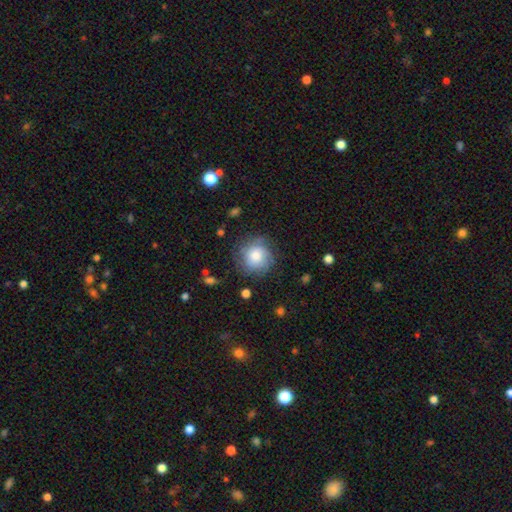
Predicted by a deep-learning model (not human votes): smooth 70%, featured or disk 22%, star or artifact 9%. Down the decision tree: how rounded — round (92%); merging — none (72%).